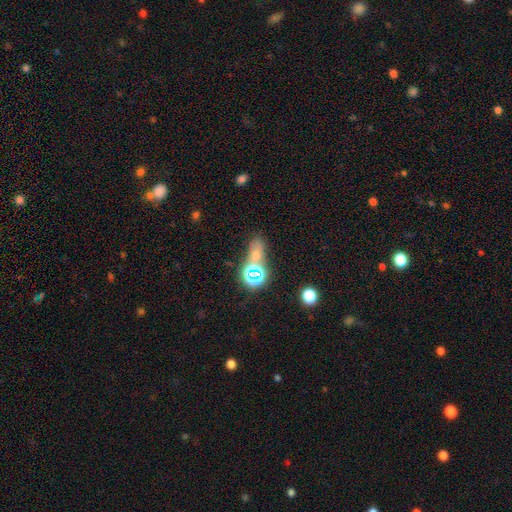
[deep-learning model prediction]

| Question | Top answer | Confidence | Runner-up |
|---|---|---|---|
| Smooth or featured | star or artifact | 44% | smooth (41%) |